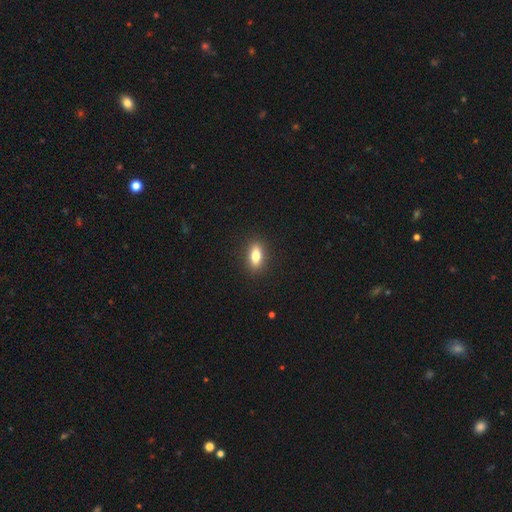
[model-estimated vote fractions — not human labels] A smooth galaxy with no disk features (76%) that is in between round and cigar-shaped (75%). Merging: none (89%).